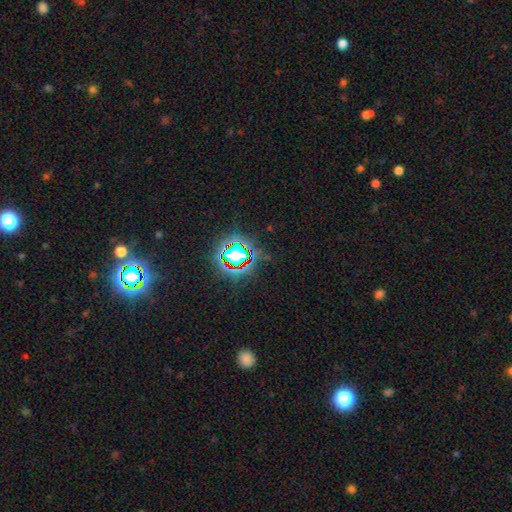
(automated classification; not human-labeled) The model was most divided on "smooth or featured": star or artifact: 78%, smooth: 13%, featured or disk: 8%.